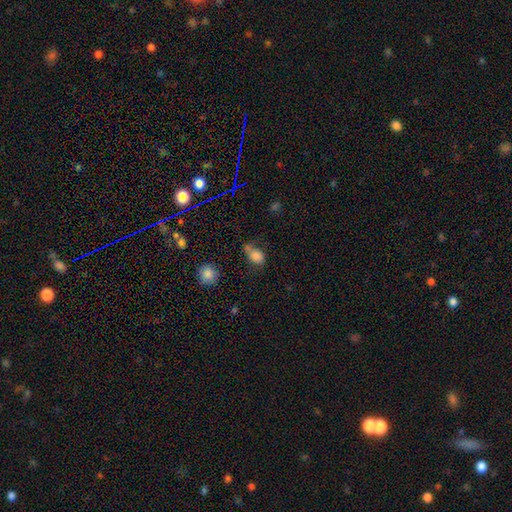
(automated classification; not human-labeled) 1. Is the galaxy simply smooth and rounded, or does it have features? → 80% smooth, 12% star or artifact, 8% featured or disk.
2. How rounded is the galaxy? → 75% in between, 22% round, 2% cigar-shaped.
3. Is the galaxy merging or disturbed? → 40% none, 32% minor disturbance, 14% major disturbance, 13% merger.